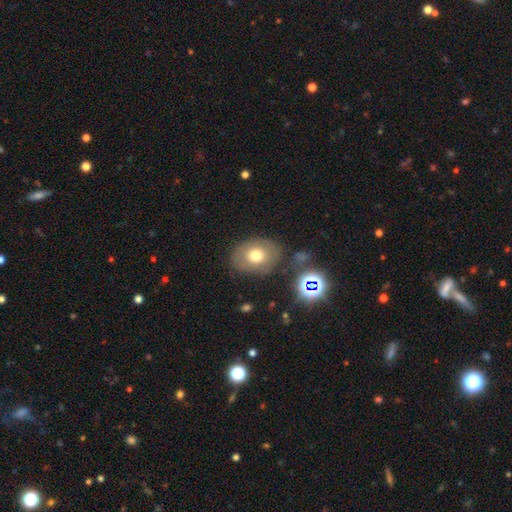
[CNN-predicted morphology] A smooth galaxy with no disk features (68%) that is in between round and cigar-shaped (60%). Merging: none (76%).